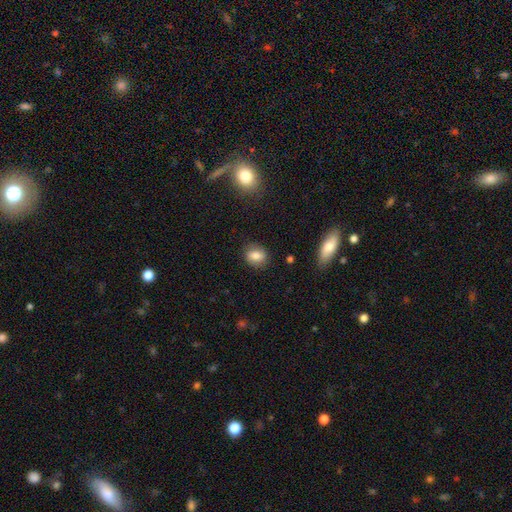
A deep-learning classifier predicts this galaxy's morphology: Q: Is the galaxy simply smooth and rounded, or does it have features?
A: smooth — 79%.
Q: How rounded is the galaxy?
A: in between — 53%.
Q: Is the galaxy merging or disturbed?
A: none — 84%.